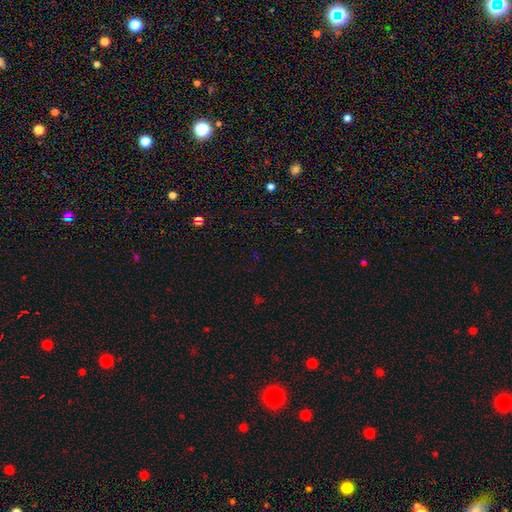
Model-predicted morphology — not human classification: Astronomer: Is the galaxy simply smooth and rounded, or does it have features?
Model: star or artifact — 68%.